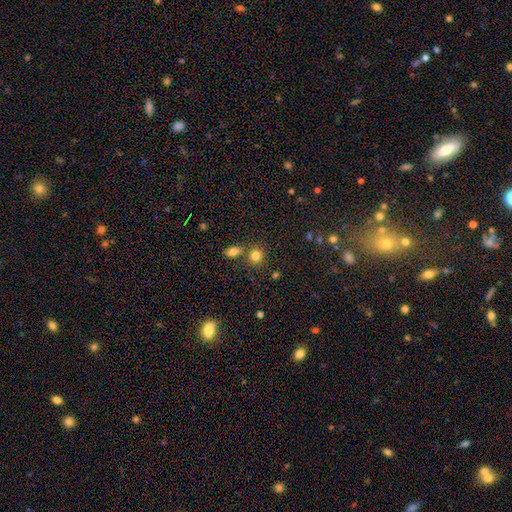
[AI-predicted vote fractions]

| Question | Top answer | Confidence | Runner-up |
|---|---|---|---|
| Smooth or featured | smooth | 81% | star or artifact (12%) |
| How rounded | round | 79% | in between (20%) |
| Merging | none | 67% | merger (20%) |